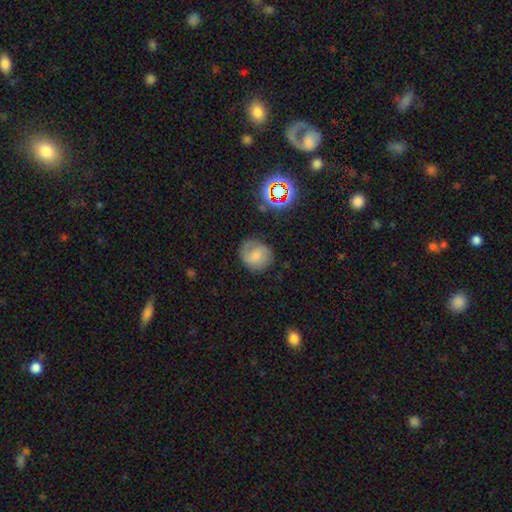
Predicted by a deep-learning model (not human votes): A smooth galaxy with no disk features (57%) that is round (82%).

Vote fractions:
- Smooth or featured? smooth: 57% / featured or disk: 30% / star or artifact: 14%
- How rounded? round: 82% / in between: 17% / cigar-shaped: 1%
- Merging? none: 69% / minor disturbance: 21% / major disturbance: 8% / merger: 2%